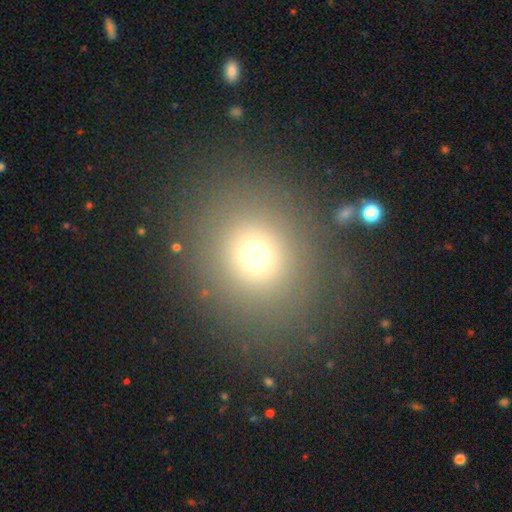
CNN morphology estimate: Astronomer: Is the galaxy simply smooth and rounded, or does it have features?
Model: smooth — 67%.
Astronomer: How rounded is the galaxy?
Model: round — 81%.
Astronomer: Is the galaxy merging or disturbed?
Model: none — 85%.